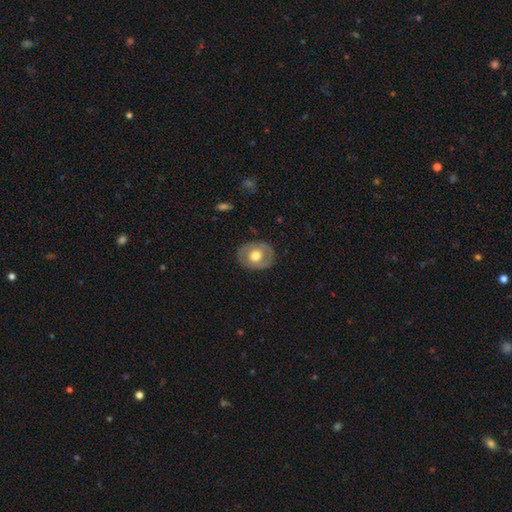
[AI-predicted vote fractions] smooth-or-featured: smooth: 49% | featured or disk: 45% | star or artifact: 6%
  merging: none: 82% | minor disturbance: 13% | major disturbance: 4% | merger: 1%